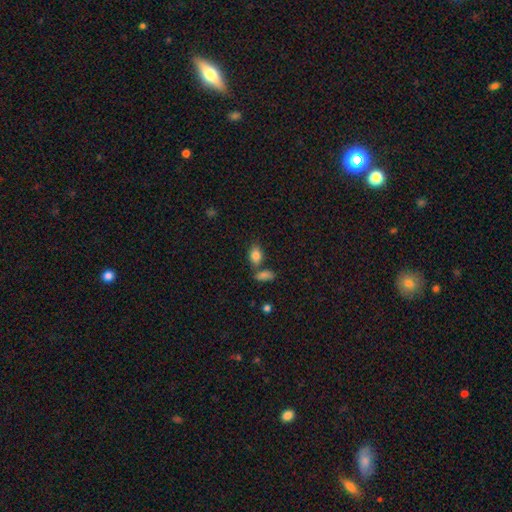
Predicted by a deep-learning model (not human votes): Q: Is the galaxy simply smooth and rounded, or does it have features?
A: smooth — 84%.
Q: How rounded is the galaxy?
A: in between — 84%.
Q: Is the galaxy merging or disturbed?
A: none — 61%.